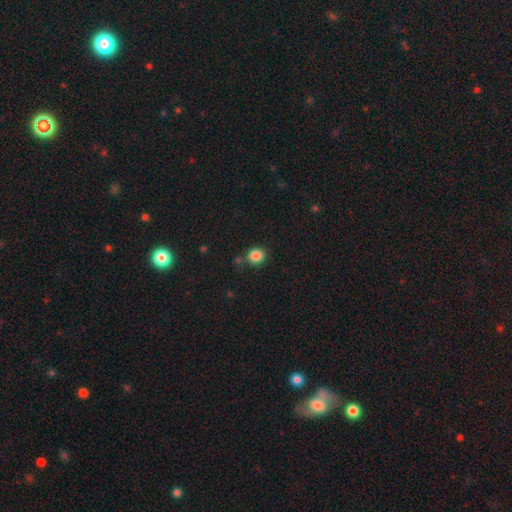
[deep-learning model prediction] Smooth or featured? smooth (86%)
How rounded? round (82%)
Merging? none (79%)